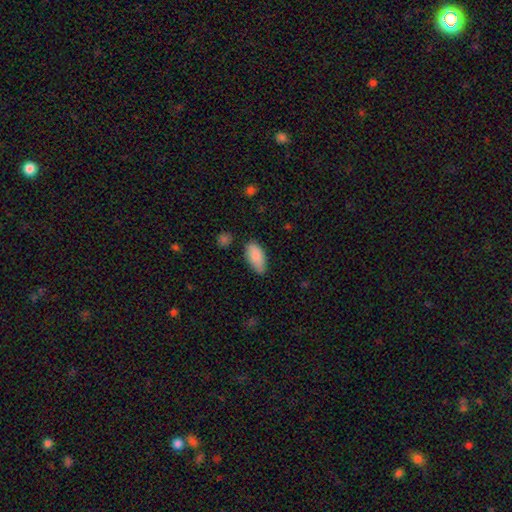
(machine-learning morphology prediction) A smooth galaxy with no disk features (87%) that is in between round and cigar-shaped (90%). Merging: none (67%).